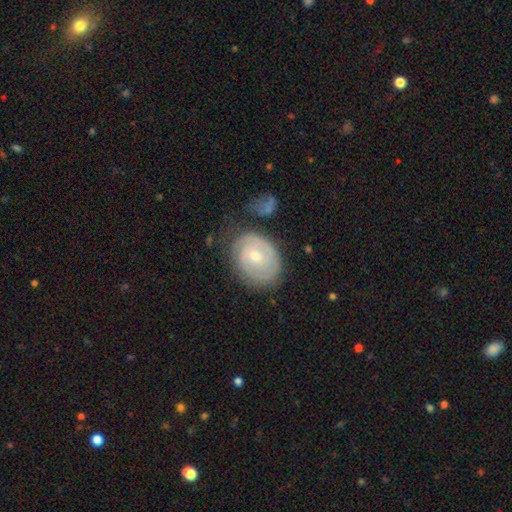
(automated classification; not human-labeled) Smooth or featured? featured or disk (70%)
Edge-on disk? no (97%)
Bar? no (55%)
Spiral arms? yes (87%)
Spiral winding? tight (72%)
Spiral arm count? 2 (40%)
Bulge size? small (51%)
Merging? none (64%)